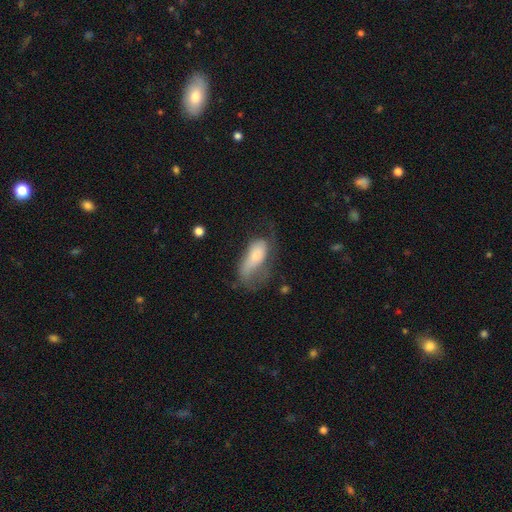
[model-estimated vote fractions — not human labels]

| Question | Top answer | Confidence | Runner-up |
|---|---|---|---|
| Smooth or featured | smooth | 63% | featured or disk (30%) |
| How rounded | in between | 86% | cigar-shaped (11%) |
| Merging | major disturbance | 52% | minor disturbance (23%) |